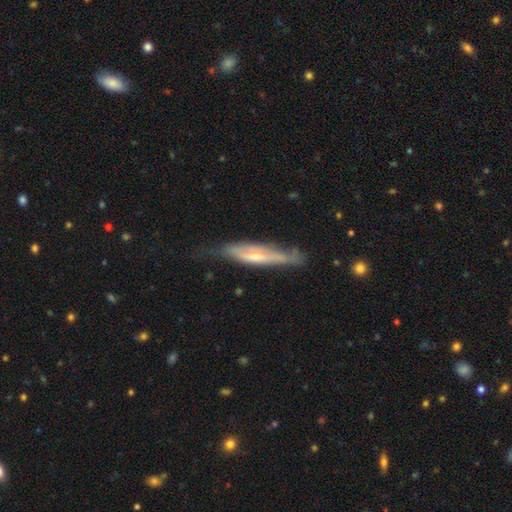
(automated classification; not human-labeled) A featured or disk galaxy (64%) viewed edge-on (74%).

Vote fractions:
- Smooth or featured? featured or disk: 64% / smooth: 30% / star or artifact: 6%
- Edge-on disk? yes: 74% / no: 26%
- Merging? none: 53% / minor disturbance: 32% / major disturbance: 12% / merger: 3%